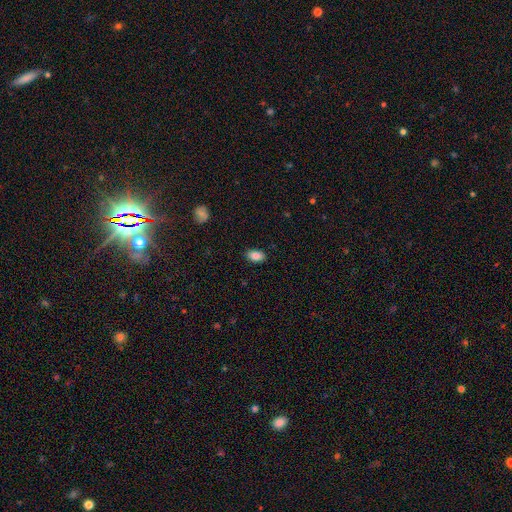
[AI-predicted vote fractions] Smooth or featured? smooth (85%)
How rounded? in between (91%)
Merging? none (87%)